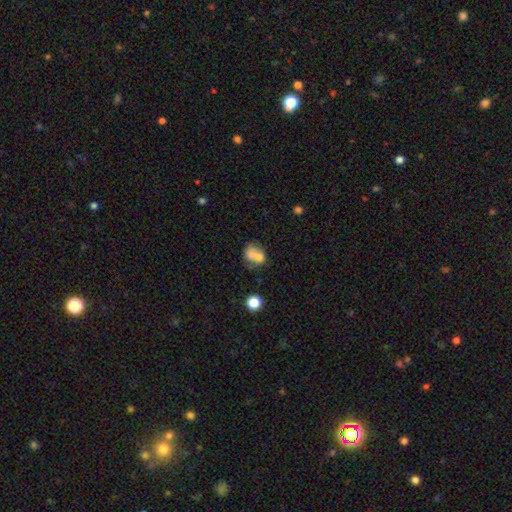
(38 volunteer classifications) Smooth or featured: smooth — 63% (featured or disk — 29%)
How rounded: round — 54% (in between — 46%)
Merging: merger — 60% (none — 23%)